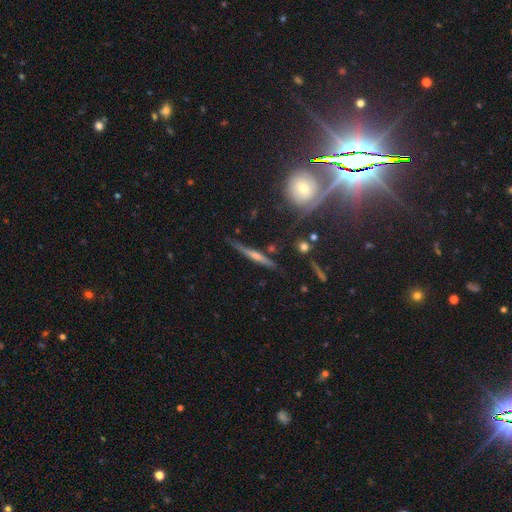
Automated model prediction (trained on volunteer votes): A featured or disk galaxy (72%) viewed edge-on (94%) with a rounded central bulge (76%).

Vote fractions:
- Smooth or featured? featured or disk: 72% / smooth: 15% / star or artifact: 13%
- Edge-on disk? yes: 94% / no: 6%
- Edge-on bulge? rounded: 76% / none: 14% / boxy: 11%
- Merging? none: 81% / minor disturbance: 12% / merger: 4% / major disturbance: 3%